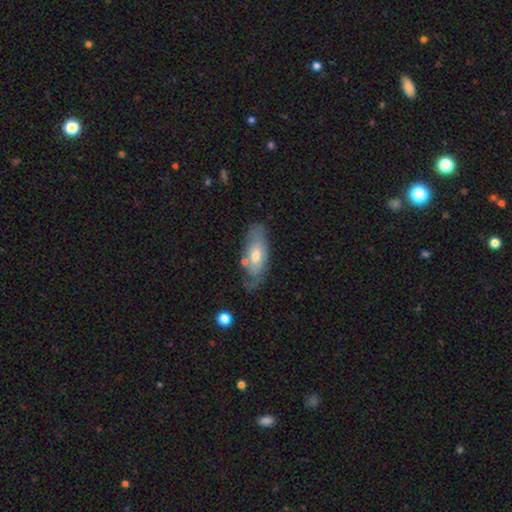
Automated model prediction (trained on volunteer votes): Morphology: type=smooth (48%); merging=none (60%).